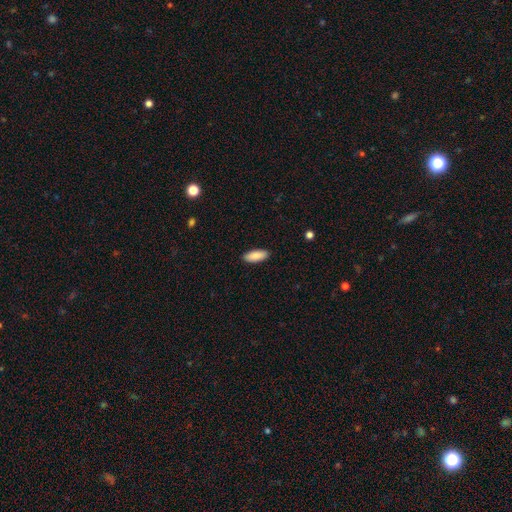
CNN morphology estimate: Smooth or featured? smooth (89%)
How rounded? in between (79%)
Merging? none (90%)